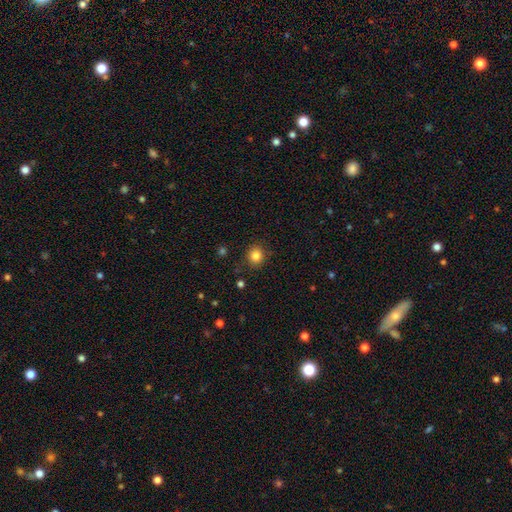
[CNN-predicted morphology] smooth-or-featured: smooth: 83% | star or artifact: 12% | featured or disk: 5%
  how-rounded: round: 85% | in between: 14% | cigar-shaped: 1%
  merging: none: 86% | minor disturbance: 9% | major disturbance: 3% | merger: 2%